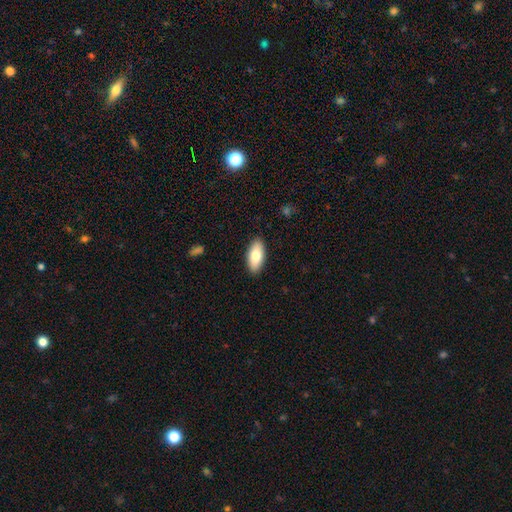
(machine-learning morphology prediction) Overall: smooth (79%). How rounded: in between (90%). Merging: none (90%).